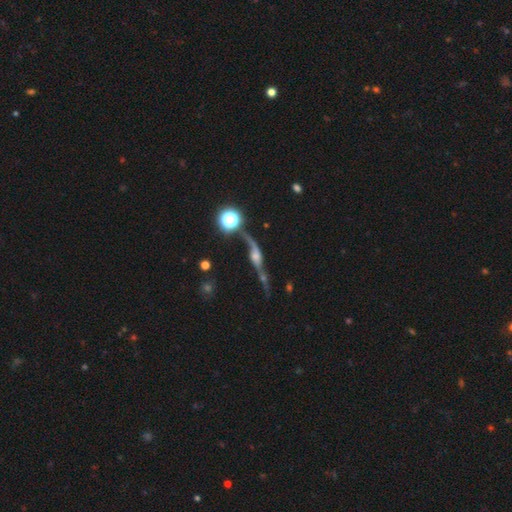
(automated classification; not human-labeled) A featured or disk galaxy (73%).

Vote fractions:
- Smooth or featured? featured or disk: 73% / smooth: 15% / star or artifact: 12%
- Edge-on disk? no: 63% / yes: 37%
- Merging? none: 43% / major disturbance: 20% / merger: 19% / minor disturbance: 18%